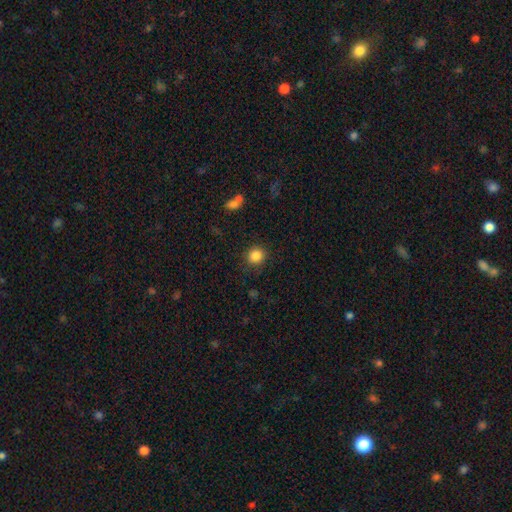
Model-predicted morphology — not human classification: This is clearly a smooth galaxy (85%). How rounded: clearly round (90%). Merging: clearly none (88%).